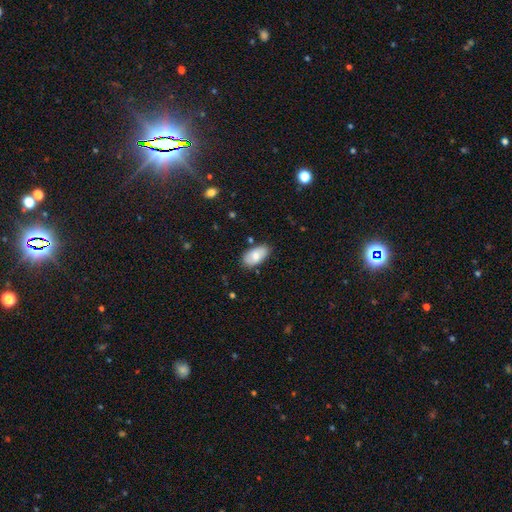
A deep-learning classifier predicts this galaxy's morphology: Smooth or featured? Predicted: smooth (p=0.80). How rounded? Predicted: in between (p=0.95). Merging? Predicted: none (p=0.82).